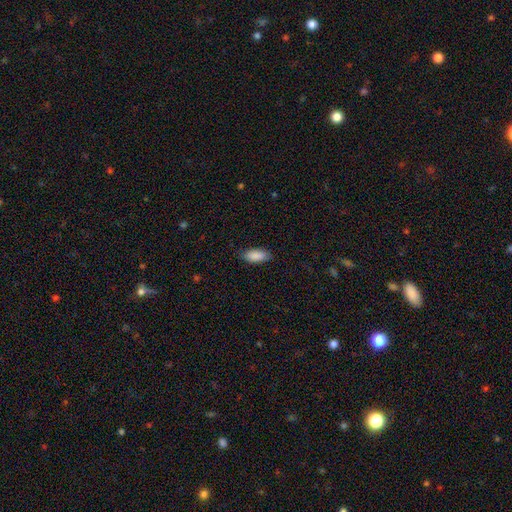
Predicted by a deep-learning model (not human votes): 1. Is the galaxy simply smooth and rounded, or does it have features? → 89% smooth, 6% star or artifact, 5% featured or disk.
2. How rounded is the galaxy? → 85% in between, 13% cigar-shaped, 2% round.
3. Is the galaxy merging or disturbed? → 85% none, 12% minor disturbance, 2% major disturbance, 1% merger.